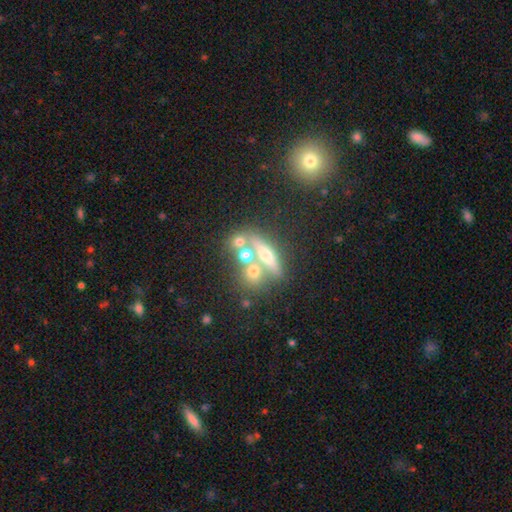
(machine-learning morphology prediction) A featured or disk galaxy (51%) viewed edge-on (72%). Merging: none (49%).